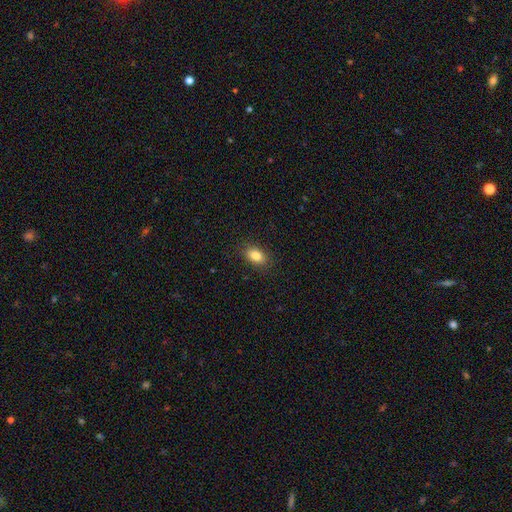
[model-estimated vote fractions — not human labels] Q: Smooth or featured?
A: smooth (85%); runner-up: star or artifact (9%)
Q: How rounded?
A: in between (85%); runner-up: round (13%)
Q: Merging?
A: none (87%); runner-up: minor disturbance (9%)